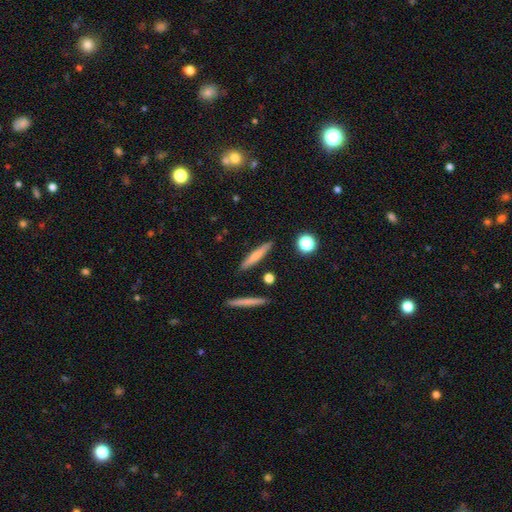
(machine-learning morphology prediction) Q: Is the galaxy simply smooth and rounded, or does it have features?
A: smooth — 63%.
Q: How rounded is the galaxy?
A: cigar-shaped — 90%.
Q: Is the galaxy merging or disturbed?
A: none — 88%.